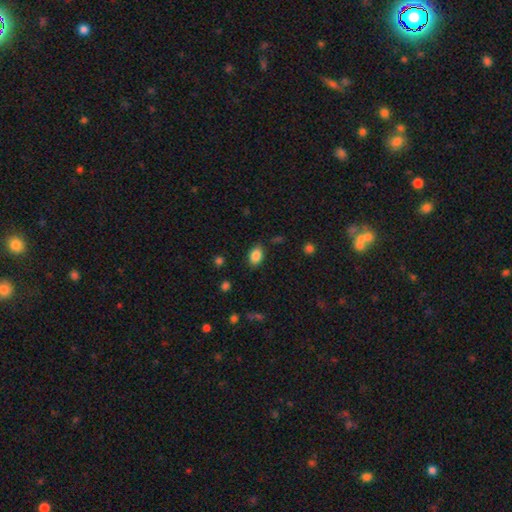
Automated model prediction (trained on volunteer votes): Morphology: type=smooth (86%); roundness=in between (85%); merging=none (83%).